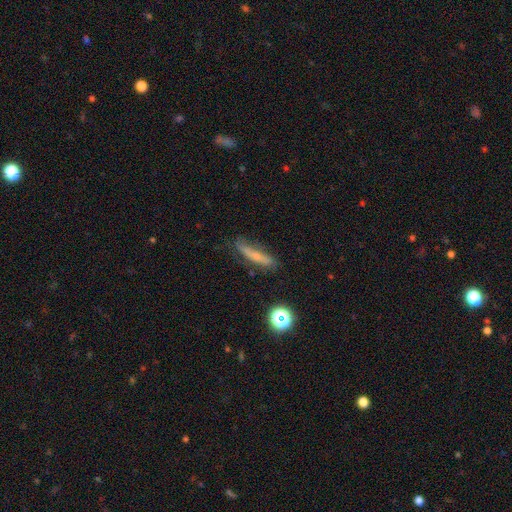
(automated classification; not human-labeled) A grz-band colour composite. It shows a smooth galaxy with no disk features (47%). Merging: none (69%).